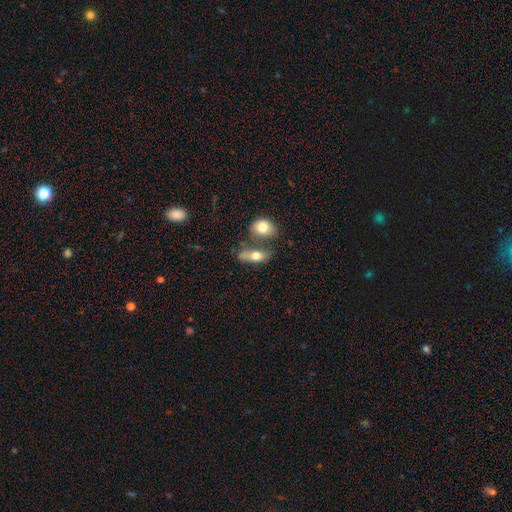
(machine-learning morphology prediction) A smooth galaxy with no disk features (70%) that is in between round and cigar-shaped (72%).

Vote fractions:
- Smooth or featured? smooth: 70% / featured or disk: 23% / star or artifact: 7%
- How rounded? in between: 72% / cigar-shaped: 18% / round: 10%
- Merging? none: 42% / merger: 36% / minor disturbance: 14% / major disturbance: 8%